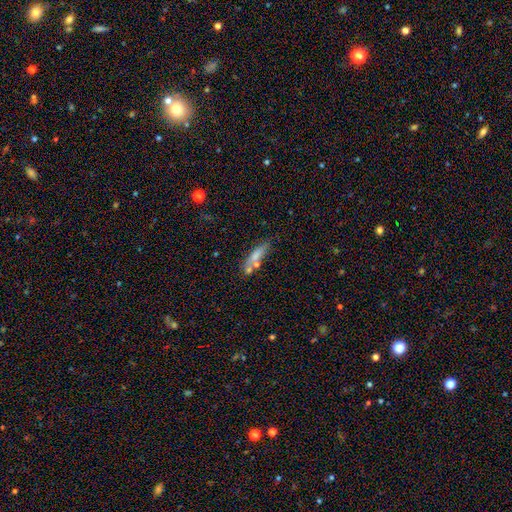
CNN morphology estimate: Smooth or featured? Predicted: smooth (p=0.67). How rounded? Predicted: cigar-shaped (p=0.65). Merging? Predicted: none (p=0.55).